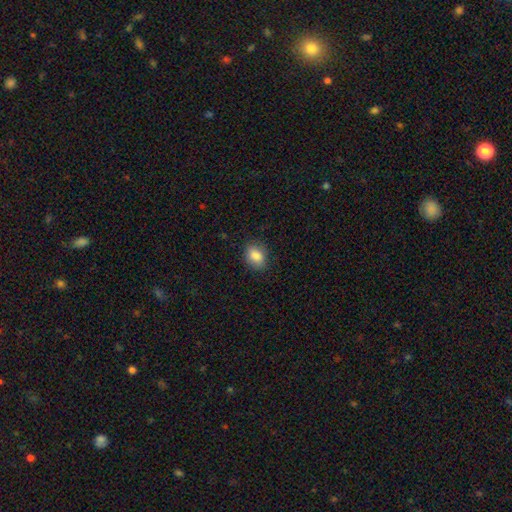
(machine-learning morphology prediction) Smooth or featured?
  - smooth: 86% *
  - star or artifact: 8%
  - featured or disk: 6%
How rounded?
  - in between: 68% *
  - round: 31%
  - cigar-shaped: 1%
Merging?
  - none: 82% *
  - minor disturbance: 14%
  - major disturbance: 3%
  - merger: 1%